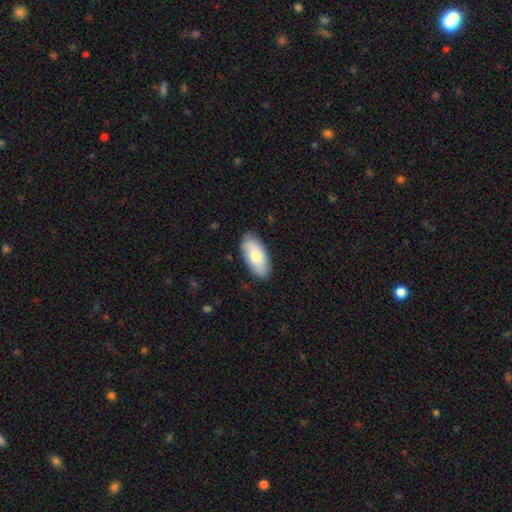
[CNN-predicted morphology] Q: Smooth or featured?
A: smooth (76%); runner-up: featured or disk (18%)
Q: How rounded?
A: in between (92%); runner-up: cigar-shaped (6%)
Q: Merging?
A: none (87%); runner-up: minor disturbance (10%)